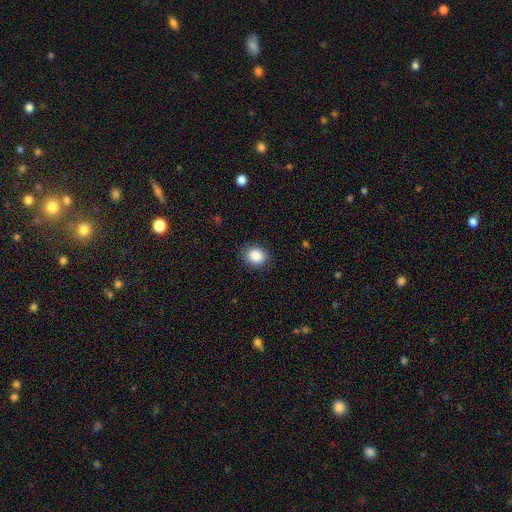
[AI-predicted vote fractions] Smooth or featured? smooth (87%)
How rounded? round (66%)
Merging? none (88%)